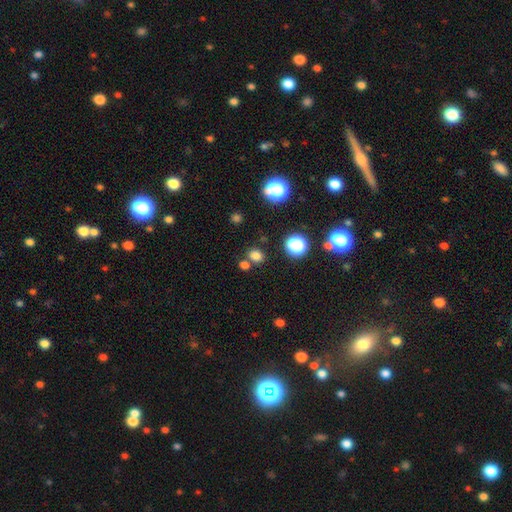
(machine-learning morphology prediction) The model was most divided on "how rounded": round: 60%, in between: 39%, cigar-shaped: 1%. More confident: smooth or featured — smooth (75%); merging — none (71%).